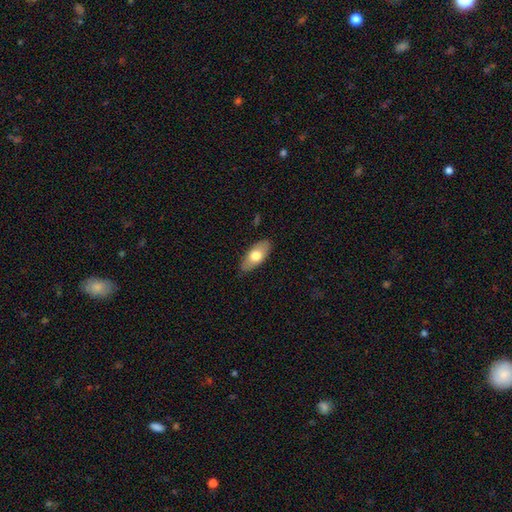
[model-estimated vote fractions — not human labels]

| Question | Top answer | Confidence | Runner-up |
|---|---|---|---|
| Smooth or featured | smooth | 69% | featured or disk (25%) |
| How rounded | in between | 87% | cigar-shaped (10%) |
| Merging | none | 84% | minor disturbance (13%) |